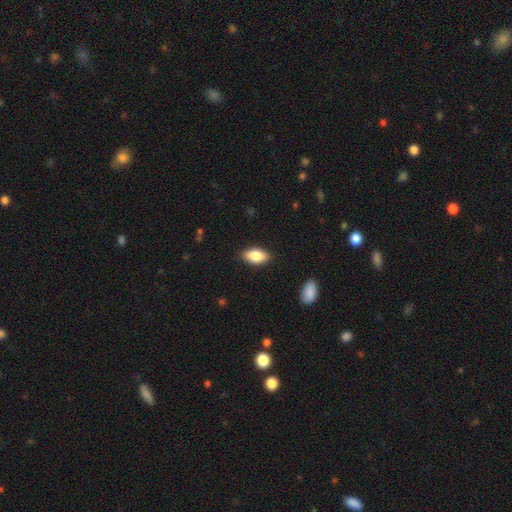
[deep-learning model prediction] A smooth galaxy with no disk features (81%) that is in between round and cigar-shaped (90%).

Vote fractions:
- Smooth or featured? smooth: 81% / featured or disk: 13% / star or artifact: 7%
- How rounded? in between: 90% / cigar-shaped: 6% / round: 4%
- Merging? none: 86% / minor disturbance: 10% / major disturbance: 2% / merger: 1%